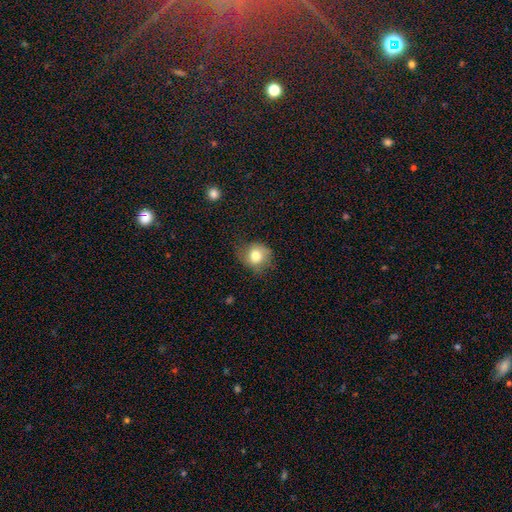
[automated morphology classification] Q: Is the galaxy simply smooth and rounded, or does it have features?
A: smooth — 76%.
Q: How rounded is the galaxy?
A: round — 77%.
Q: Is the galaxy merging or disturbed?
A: none — 65%.